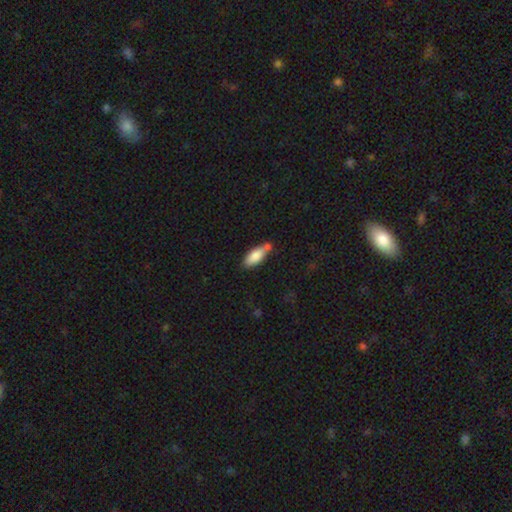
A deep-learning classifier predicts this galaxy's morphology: Smooth or featured?
  - smooth: 80% *
  - featured or disk: 13%
  - star or artifact: 6%
How rounded?
  - in between: 67% *
  - cigar-shaped: 31%
  - round: 2%
Merging?
  - none: 53% *
  - minor disturbance: 23%
  - merger: 19%
  - major disturbance: 5%